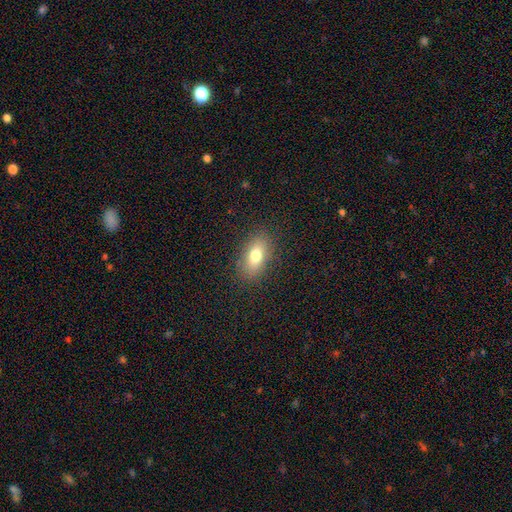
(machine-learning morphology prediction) smooth-or-featured: smooth: 76% | featured or disk: 14% | star or artifact: 10%
  how-rounded: in between: 86% | round: 9% | cigar-shaped: 5%
  merging: none: 86% | minor disturbance: 10% | major disturbance: 3% | merger: 1%